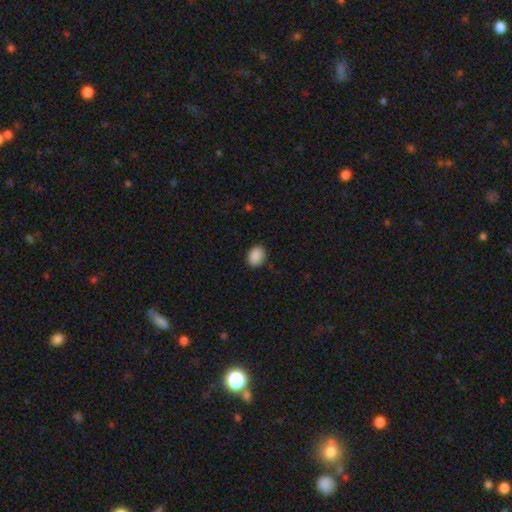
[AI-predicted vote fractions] smooth 90%, star or artifact 8%, featured or disk 3%. Down the decision tree: how rounded — in between (60%); merging — none (87%).